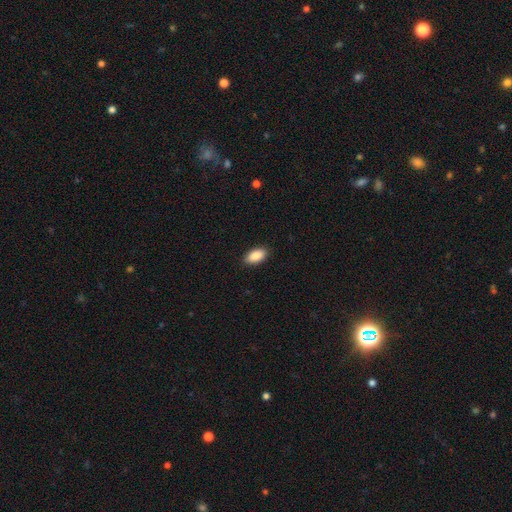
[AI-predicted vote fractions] smooth_or_featured: smooth (p=0.89) [alt: star or artifact p=0.06]
how_rounded: in between (p=0.94) [alt: cigar-shaped p=0.04]
merging: none (p=0.89) [alt: minor disturbance p=0.08]